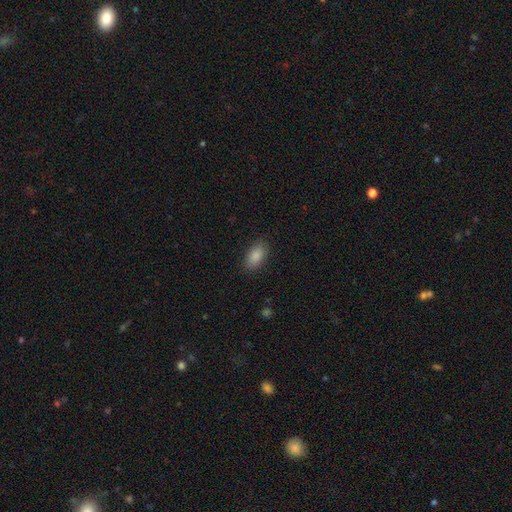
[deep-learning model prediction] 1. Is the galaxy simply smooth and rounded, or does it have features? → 89% smooth, 7% star or artifact, 4% featured or disk.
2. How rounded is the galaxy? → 92% in between, 4% cigar-shaped, 4% round.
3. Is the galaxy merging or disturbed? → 87% none, 10% minor disturbance, 3% major disturbance, 1% merger.